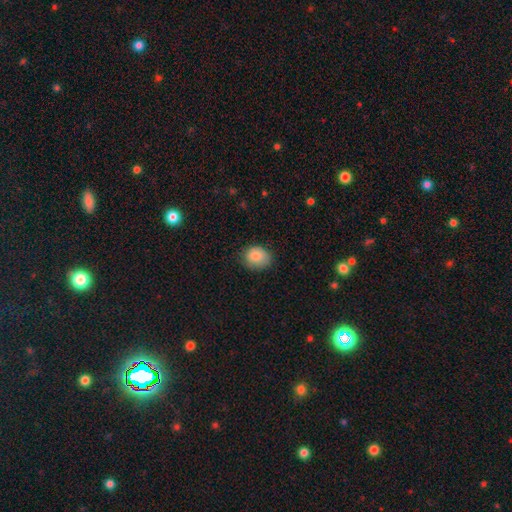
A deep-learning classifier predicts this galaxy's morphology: smooth_or_featured: smooth (p=0.84) [alt: star or artifact p=0.08]
how_rounded: round (p=0.54) [alt: in between p=0.46]
merging: none (p=0.71) [alt: minor disturbance p=0.23]